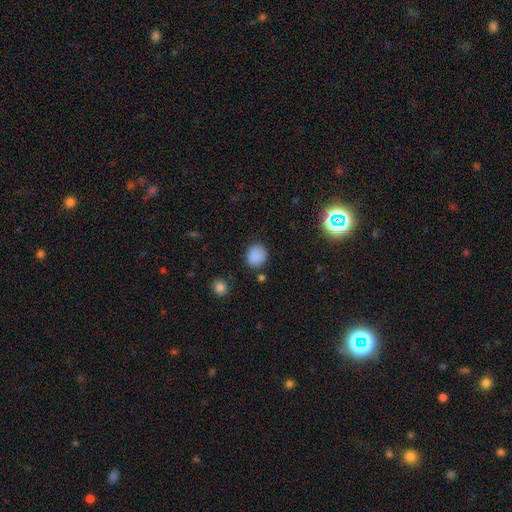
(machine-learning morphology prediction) Q: Smooth or featured?
A: smooth (86%); runner-up: star or artifact (10%)
Q: How rounded?
A: round (79%); runner-up: in between (20%)
Q: Merging?
A: none (83%); runner-up: minor disturbance (11%)